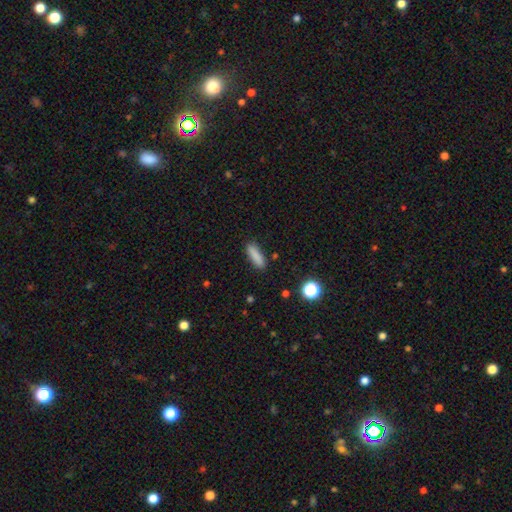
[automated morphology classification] smooth_or_featured: smooth (p=0.86) [alt: star or artifact p=0.08]
how_rounded: cigar-shaped (p=0.59) [alt: in between p=0.39]
merging: none (p=0.87) [alt: minor disturbance p=0.09]